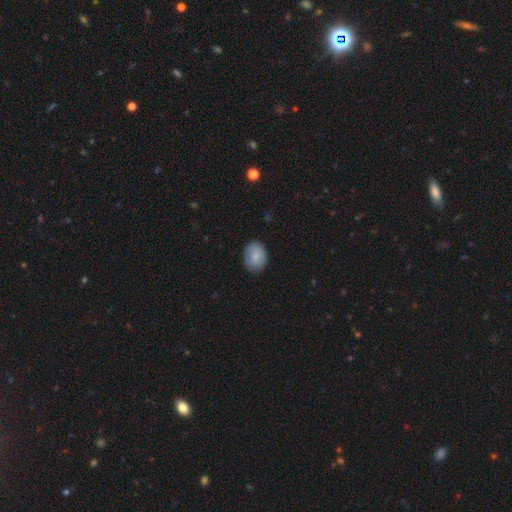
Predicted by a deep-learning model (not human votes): Smooth or featured?
  - smooth: 81% *
  - featured or disk: 12%
  - star or artifact: 7%
How rounded?
  - in between: 51% *
  - round: 48%
  - cigar-shaped: 1%
Merging?
  - none: 83% *
  - minor disturbance: 13%
  - major disturbance: 3%
  - merger: 1%